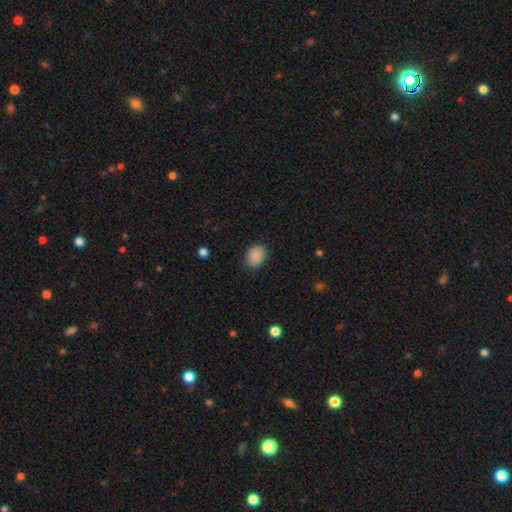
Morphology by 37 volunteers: smooth_or_featured: smooth (p=0.84) [alt: featured or disk p=0.11]
how_rounded: round (p=0.52) [alt: in between p=0.48]
merging: none (p=0.80) [alt: minor disturbance p=0.11]